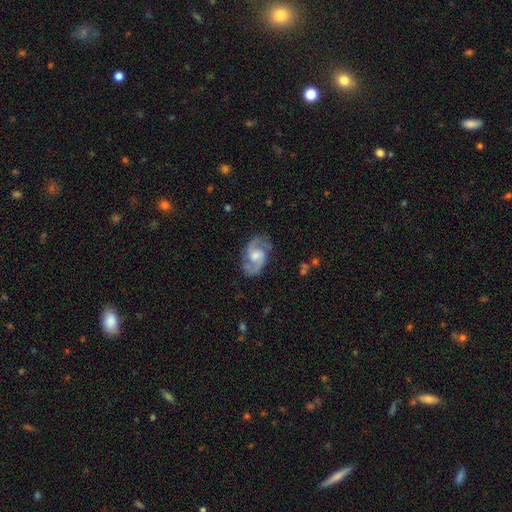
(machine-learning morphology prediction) Smooth or featured?
  - featured or disk: 85% *
  - smooth: 9%
  - star or artifact: 5%
Edge-on disk?
  - no: 97% *
  - yes: 3%
Bar?
  - weak: 47% *
  - no: 45%
  - strong: 8%
Spiral arms?
  - yes: 96% *
  - no: 4%
Spiral winding?
  - medium: 55% *
  - loose: 26%
  - tight: 19%
Spiral arm count?
  - 2: 91% *
  - can't tell: 4%
  - 3: 2%
  - 1: 1%
  - 4: 1%
  - more than 4: 1%
Bulge size?
  - moderate: 56% *
  - small: 28%
  - large: 9%
  - none: 6%
  - dominant: 1%
Merging?
  - none: 79% *
  - minor disturbance: 15%
  - major disturbance: 5%
  - merger: 1%